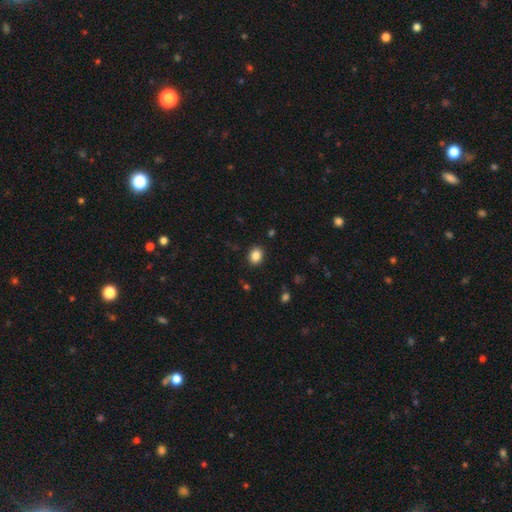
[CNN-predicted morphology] Smooth or featured? smooth (86%)
How rounded? in between (51%)
Merging? none (89%)